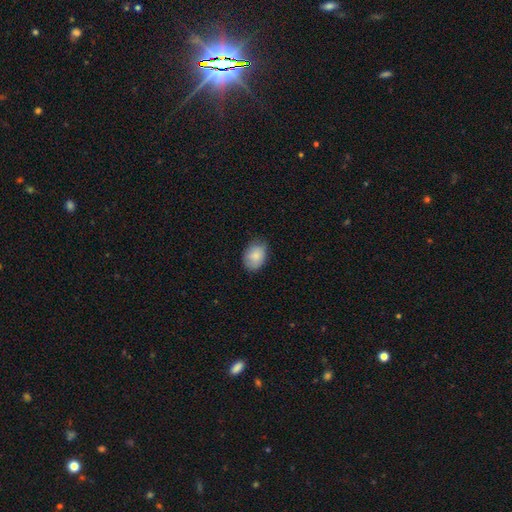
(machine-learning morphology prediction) smooth_or_featured: smooth (p=0.84) [alt: featured or disk p=0.09]
how_rounded: in between (p=0.76) [alt: round p=0.23]
merging: none (p=0.71) [alt: minor disturbance p=0.24]